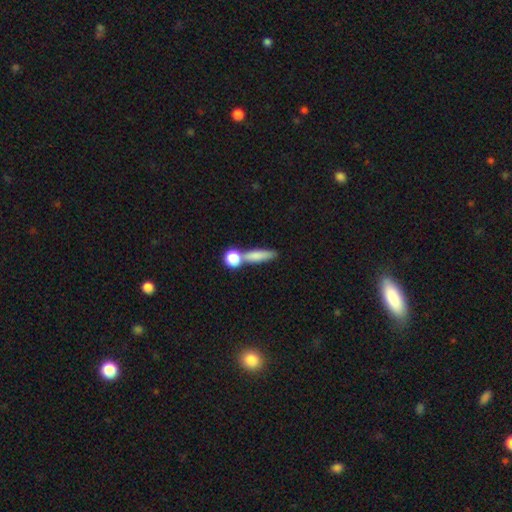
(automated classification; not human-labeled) Morphology: type=smooth (75%); roundness=cigar-shaped (51%); merging=none (53%).